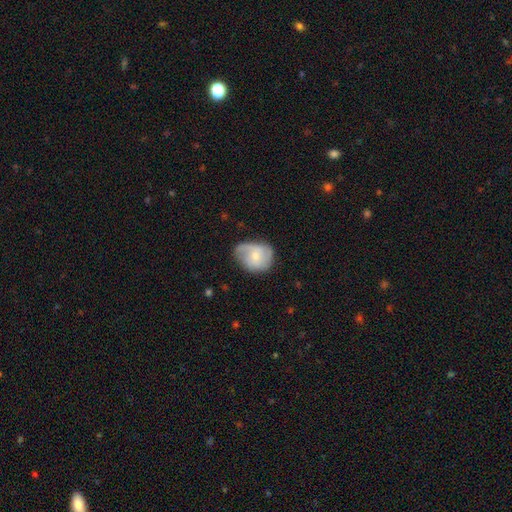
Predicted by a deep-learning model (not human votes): Morphology: type=featured or disk (52%); edge-on=no (97%); merging=none (48%).